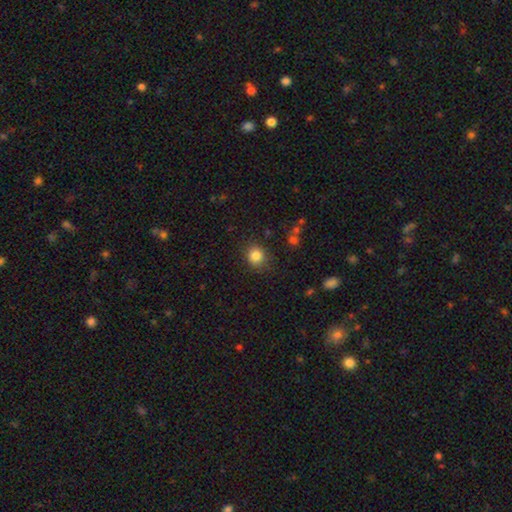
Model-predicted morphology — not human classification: The model was most divided on "how rounded": round: 81%, in between: 18%, cigar-shaped: 1%. More confident: merging — none (84%); smooth or featured — smooth (83%).